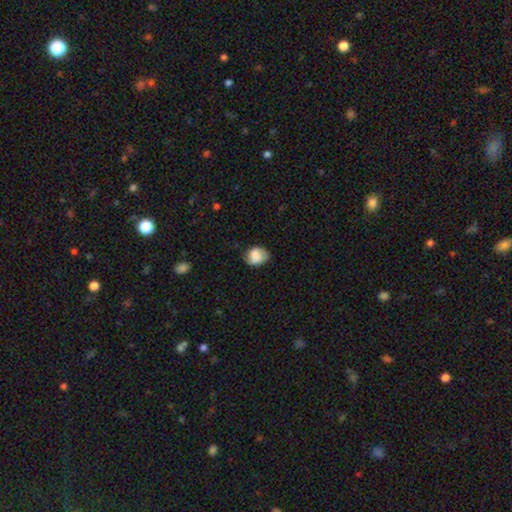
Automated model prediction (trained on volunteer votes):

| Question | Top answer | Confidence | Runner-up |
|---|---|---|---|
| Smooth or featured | smooth | 72% | featured or disk (20%) |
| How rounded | in between | 52% | round (47%) |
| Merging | none | 65% | minor disturbance (27%) |